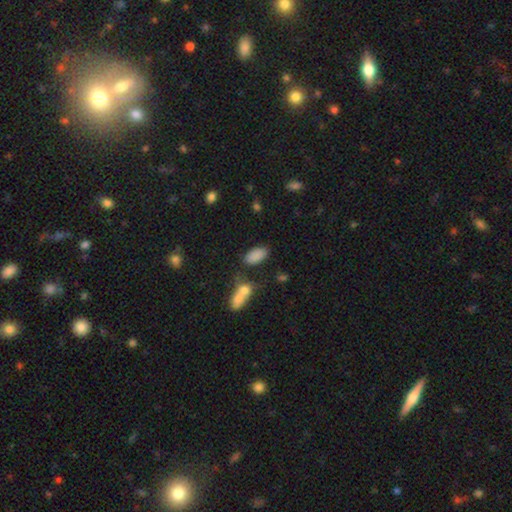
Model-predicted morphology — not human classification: Smooth or featured?
  - smooth: 85% *
  - star or artifact: 9%
  - featured or disk: 6%
How rounded?
  - in between: 93% *
  - cigar-shaped: 4%
  - round: 3%
Merging?
  - none: 68% *
  - minor disturbance: 14%
  - merger: 13%
  - major disturbance: 5%